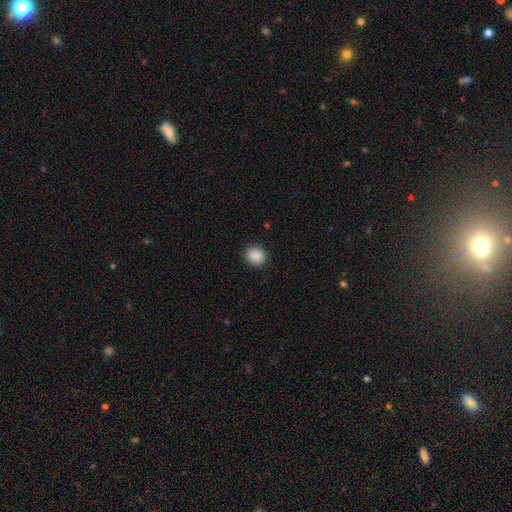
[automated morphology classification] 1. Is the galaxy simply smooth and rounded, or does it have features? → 89% smooth, 8% star or artifact, 3% featured or disk.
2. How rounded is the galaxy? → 74% round, 25% in between, 1% cigar-shaped.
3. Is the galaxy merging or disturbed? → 89% none, 7% minor disturbance, 2% major disturbance, 1% merger.